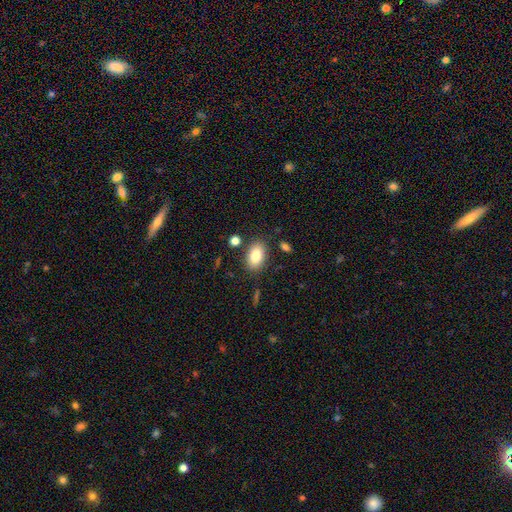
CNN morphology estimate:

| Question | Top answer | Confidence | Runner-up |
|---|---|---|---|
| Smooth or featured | smooth | 85% | featured or disk (8%) |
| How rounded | in between | 91% | round (7%) |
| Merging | none | 82% | minor disturbance (11%) |